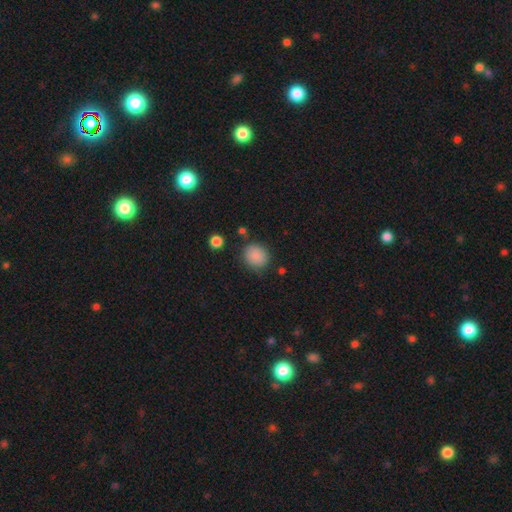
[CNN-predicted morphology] Smooth or featured?
  - smooth: 86% *
  - star or artifact: 9%
  - featured or disk: 4%
How rounded?
  - round: 75% *
  - in between: 24%
  - cigar-shaped: 1%
Merging?
  - none: 82% *
  - minor disturbance: 12%
  - major disturbance: 4%
  - merger: 3%